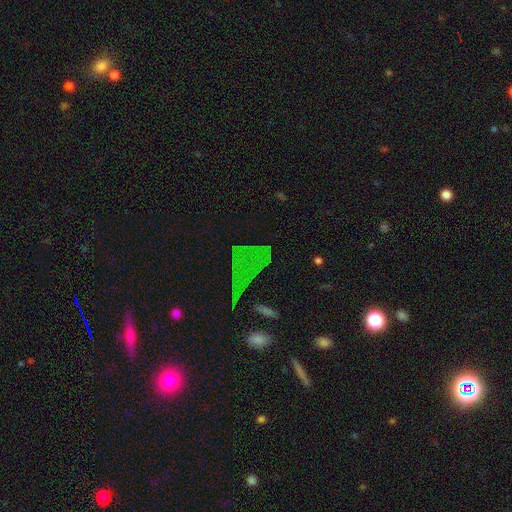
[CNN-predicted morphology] The model was most divided on "smooth or featured": star or artifact: 51%, smooth: 25%, featured or disk: 24%.